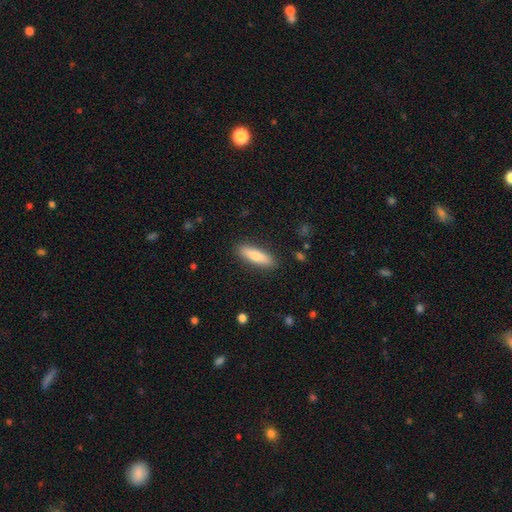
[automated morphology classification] This appears to be a smooth galaxy with no disk features (77%) that is cigar-shaped (62%). Merging: none (89%).